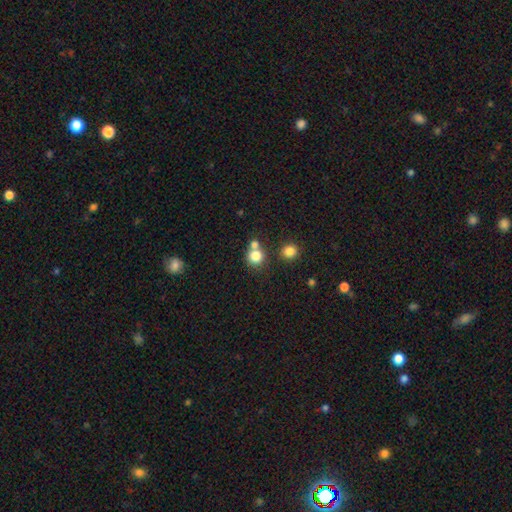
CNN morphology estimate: smooth 80%, star or artifact 12%, featured or disk 8%. Down the decision tree: how rounded — round (87%); merging — none (55%).